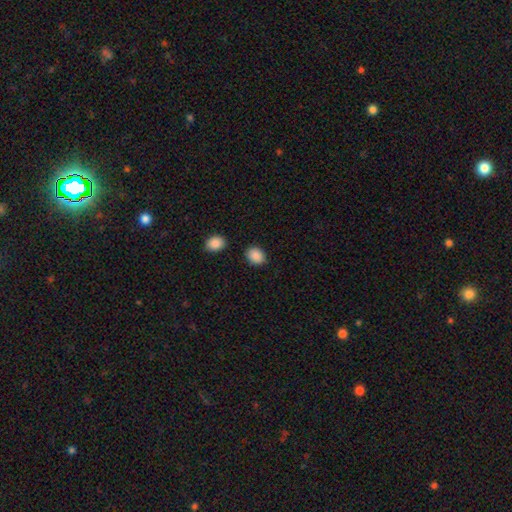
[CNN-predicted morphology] smooth-or-featured: smooth: 89% | star or artifact: 8% | featured or disk: 3%
  how-rounded: in between: 51% | round: 48% | cigar-shaped: 1%
  merging: none: 84% | minor disturbance: 9% | merger: 3% | major disturbance: 3%